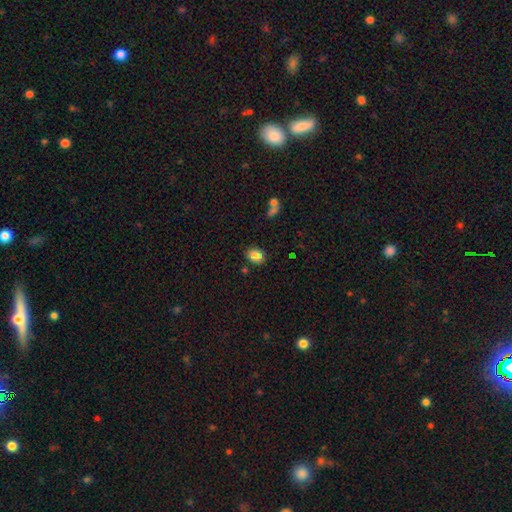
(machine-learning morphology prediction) The model was most divided on "how rounded": in between: 68%, round: 30%, cigar-shaped: 1%. More confident: smooth or featured — smooth (84%); merging — none (81%).